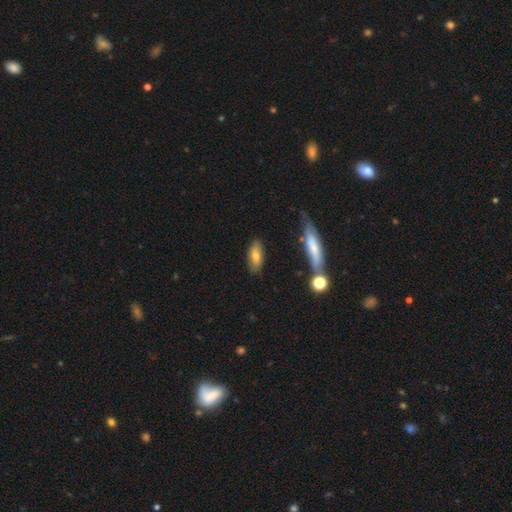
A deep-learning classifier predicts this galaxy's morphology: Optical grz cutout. It shows a smooth galaxy with no disk features (72%) that is in between round and cigar-shaped (80%). Merging: none (81%).